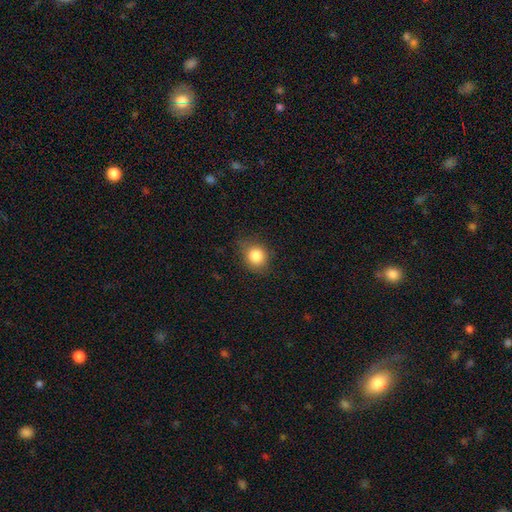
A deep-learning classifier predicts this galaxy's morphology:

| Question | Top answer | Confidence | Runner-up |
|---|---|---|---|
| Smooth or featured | smooth | 83% | star or artifact (10%) |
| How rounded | round | 76% | in between (23%) |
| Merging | none | 76% | minor disturbance (18%) |